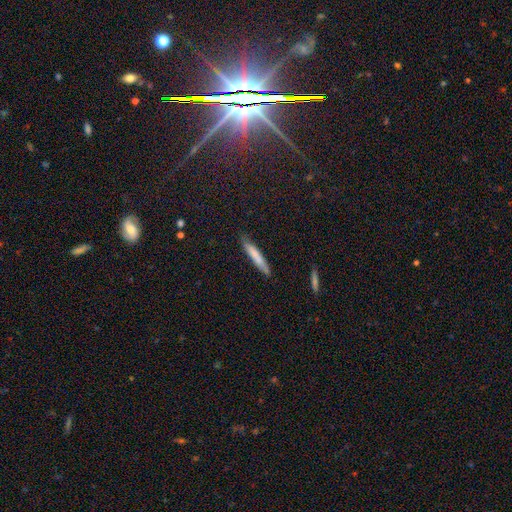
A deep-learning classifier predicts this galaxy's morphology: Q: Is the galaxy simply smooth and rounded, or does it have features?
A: smooth — 74%.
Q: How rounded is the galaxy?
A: cigar-shaped — 94%.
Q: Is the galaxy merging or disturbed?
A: none — 84%.